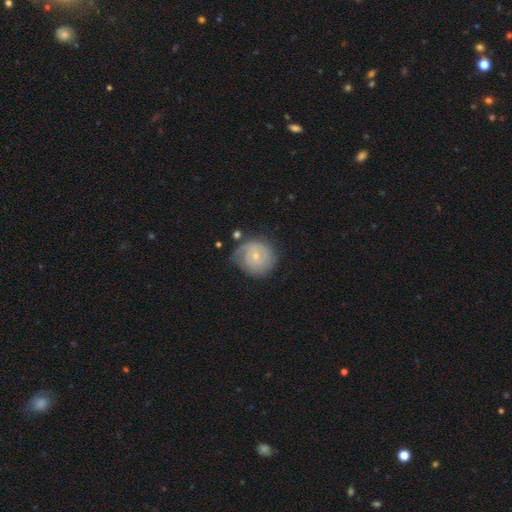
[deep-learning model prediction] The model was most divided on "smooth or featured": featured or disk: 60%, smooth: 33%, star or artifact: 7%. More confident: edge-on disk — no (98%); spiral arms — yes (83%); bulge size — small (70%); bar — no (70%); merging — none (59%).